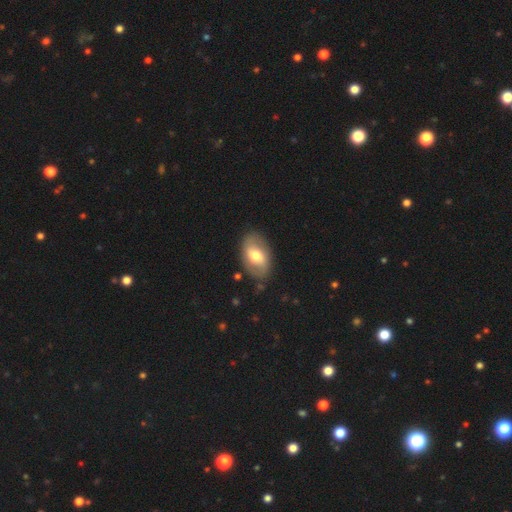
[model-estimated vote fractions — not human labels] The model was most divided on "smooth or featured": smooth: 52%, featured or disk: 42%, star or artifact: 6%. More confident: how rounded — in between (89%); merging — none (81%).